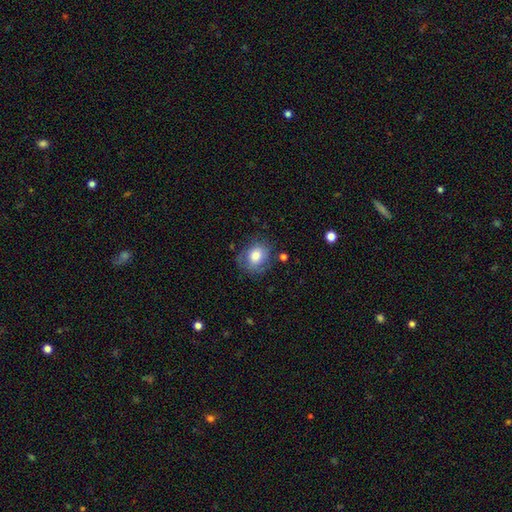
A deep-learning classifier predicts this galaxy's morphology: A smooth galaxy with no disk features (74%) that is round (51%).

Vote fractions:
- Smooth or featured? smooth: 74% / featured or disk: 17% / star or artifact: 8%
- How rounded? round: 51% / in between: 48% / cigar-shaped: 1%
- Merging? none: 65% / minor disturbance: 23% / major disturbance: 9% / merger: 3%